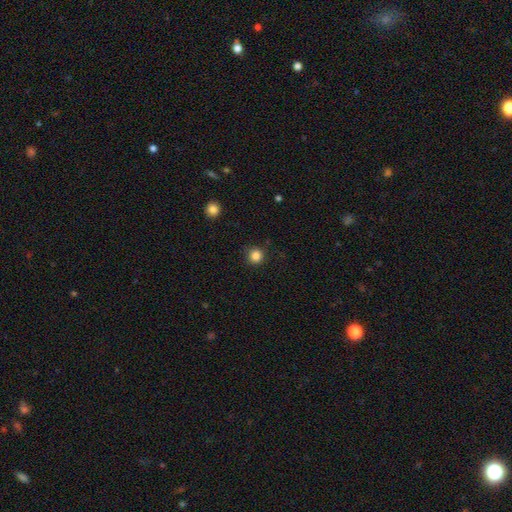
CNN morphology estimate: Smooth or featured? smooth (85%)
How rounded? round (94%)
Merging? none (90%)